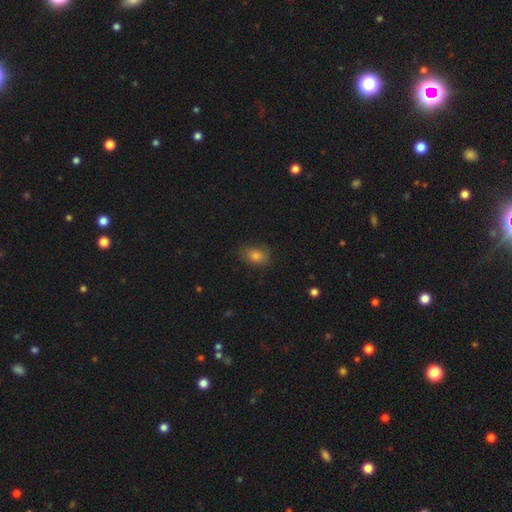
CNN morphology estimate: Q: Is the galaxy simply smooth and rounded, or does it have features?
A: smooth — 80%.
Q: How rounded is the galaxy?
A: in between — 76%.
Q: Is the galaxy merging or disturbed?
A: none — 80%.